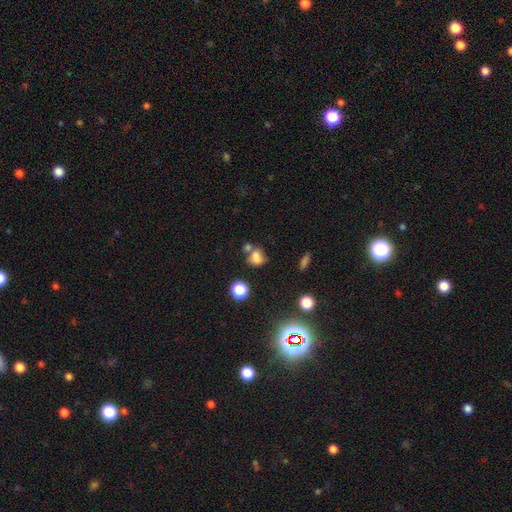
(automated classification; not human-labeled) smooth_or_featured: smooth (p=0.75) [alt: star or artifact p=0.16]
how_rounded: round (p=0.52) [alt: in between p=0.47]
merging: none (p=0.45) [alt: merger p=0.33]